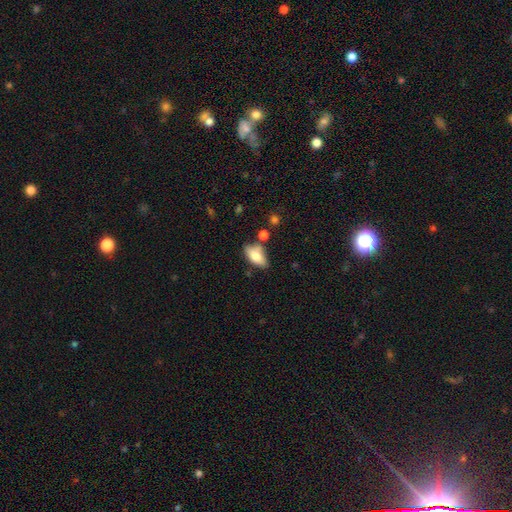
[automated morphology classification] This is likely a smooth galaxy (75%). How rounded: clearly in between (88%). Merging: likely none (60%).